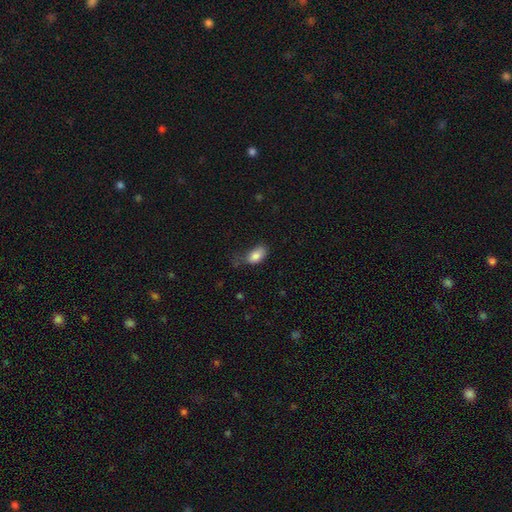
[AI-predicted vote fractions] A smooth galaxy with no disk features (83%) that is in between round and cigar-shaped (92%).

Vote fractions:
- Smooth or featured? smooth: 83% / featured or disk: 9% / star or artifact: 8%
- How rounded? in between: 92% / round: 5% / cigar-shaped: 3%
- Merging? none: 45% / minor disturbance: 36% / major disturbance: 16% / merger: 3%